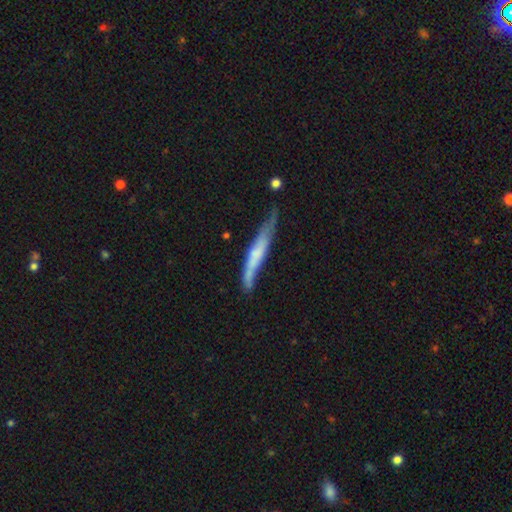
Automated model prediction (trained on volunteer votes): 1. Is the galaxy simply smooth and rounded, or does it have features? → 51% featured or disk, 43% smooth, 6% star or artifact.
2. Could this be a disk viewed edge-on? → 80% yes, 20% no.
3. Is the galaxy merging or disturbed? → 52% none, 33% minor disturbance, 10% major disturbance, 5% merger.